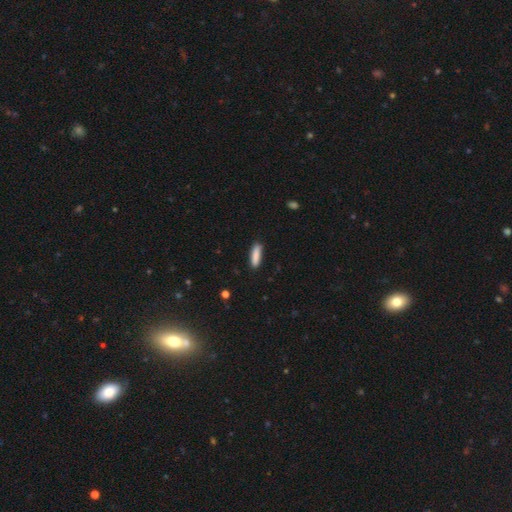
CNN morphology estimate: smooth-or-featured: smooth: 87% | star or artifact: 6% | featured or disk: 6%
  how-rounded: cigar-shaped: 70% | in between: 29% | round: 1%
  merging: none: 87% | minor disturbance: 10% | major disturbance: 2% | merger: 1%